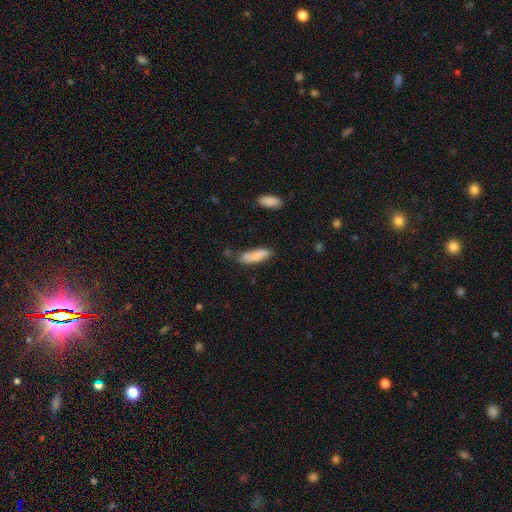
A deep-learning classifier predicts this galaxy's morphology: A smooth galaxy with no disk features (75%) that is in between round and cigar-shaped (49%, tied with cigar-shaped).

Vote fractions:
- Smooth or featured? smooth: 75% / featured or disk: 18% / star or artifact: 7%
- How rounded? in between: 49% (tied) / cigar-shaped: 49% (tied) / round: 2%
- Merging? none: 51% / minor disturbance: 30% / merger: 11% / major disturbance: 9%